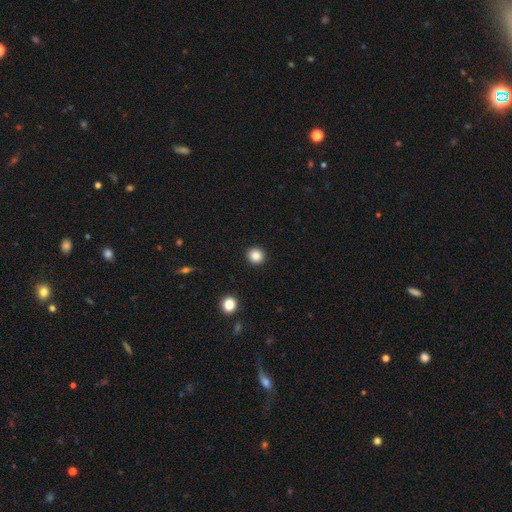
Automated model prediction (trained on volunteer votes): Smooth or featured: smooth — 86% (star or artifact — 11%)
How rounded: round — 91% (in between — 8%)
Merging: none — 92% (minor disturbance — 5%)